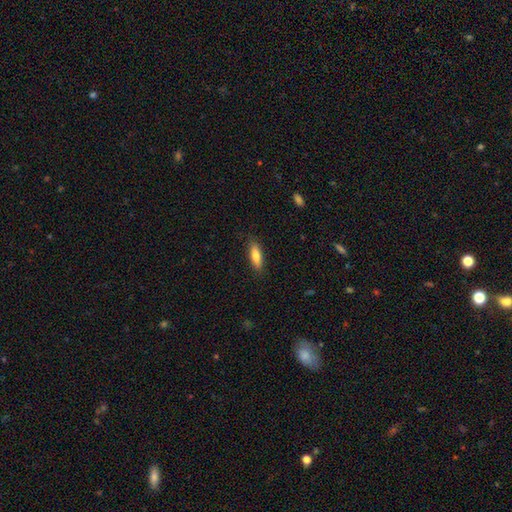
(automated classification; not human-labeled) smooth 77%, featured or disk 16%, star or artifact 6%. Down the decision tree: how rounded — cigar-shaped (49%, tied with in between); merging — none (85%).